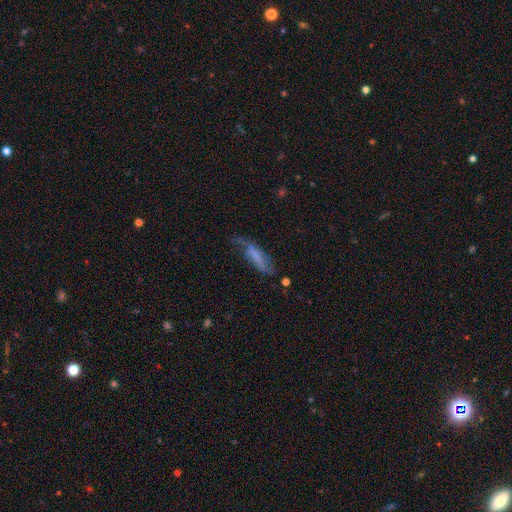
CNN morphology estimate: Smooth or featured? smooth (48%)
Merging? none (34%)